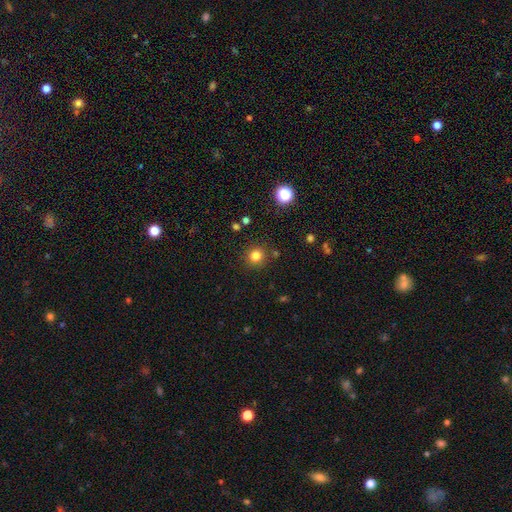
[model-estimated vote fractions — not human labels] smooth_or_featured: smooth (p=0.81) [alt: star or artifact p=0.14]
how_rounded: round (p=0.91) [alt: in between p=0.08]
merging: none (p=0.87) [alt: minor disturbance p=0.07]